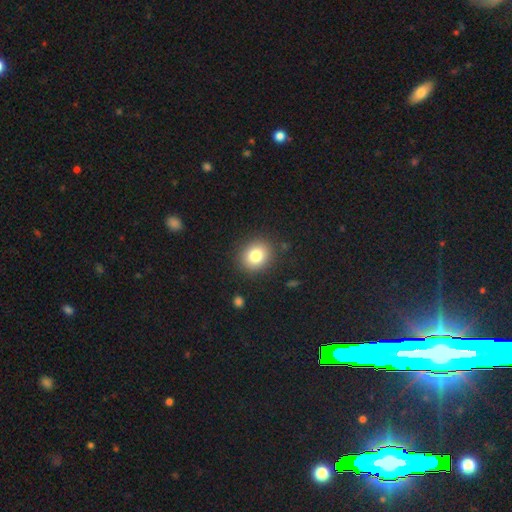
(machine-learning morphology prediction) This appears to be a smooth galaxy with no disk features (81%) that is round (70%). Merging: none (88%).